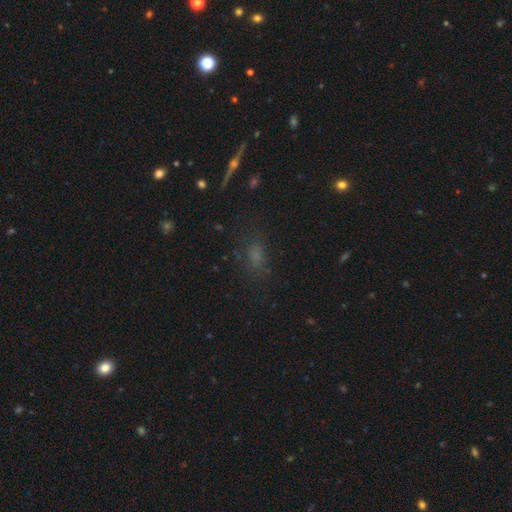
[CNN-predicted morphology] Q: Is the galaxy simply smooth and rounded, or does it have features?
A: smooth — 55%.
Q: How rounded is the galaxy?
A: in between — 72%.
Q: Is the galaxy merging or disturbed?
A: none — 71%.